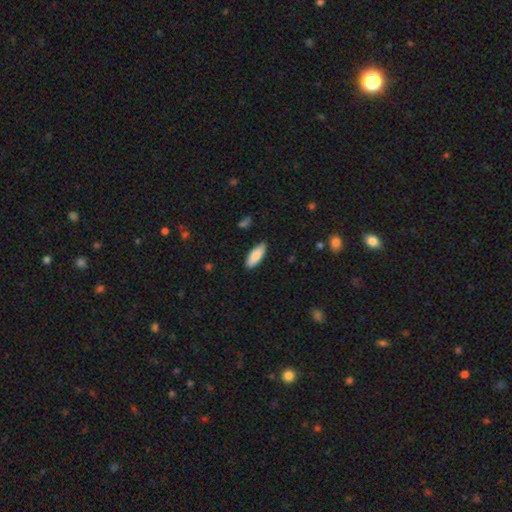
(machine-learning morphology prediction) This is clearly a smooth galaxy (86%). How rounded: likely in between (77%). Merging: clearly none (88%).